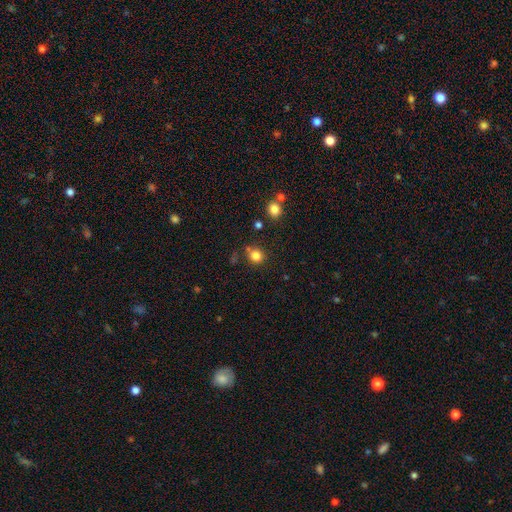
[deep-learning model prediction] smooth 82%, star or artifact 13%, featured or disk 5%. Down the decision tree: how rounded — round (89%); merging — none (76%).